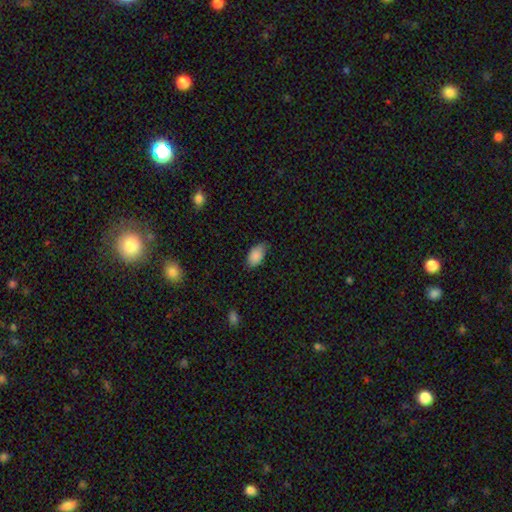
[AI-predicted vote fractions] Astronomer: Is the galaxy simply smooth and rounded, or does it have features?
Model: smooth — 87%.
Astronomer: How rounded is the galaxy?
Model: in between — 93%.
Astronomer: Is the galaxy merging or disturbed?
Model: none — 69%.